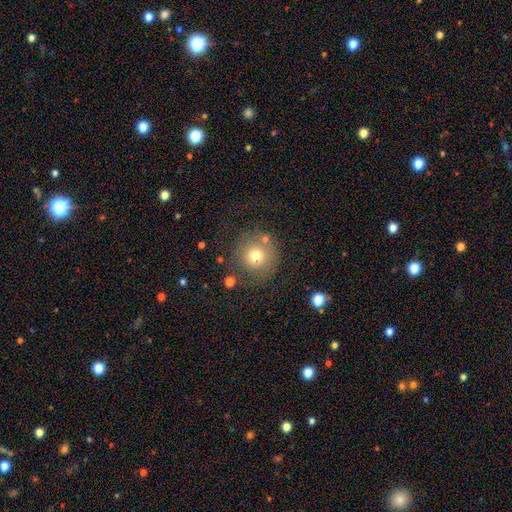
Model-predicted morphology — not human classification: A smooth galaxy with no disk features (69%) that is round (93%). Merging: none (67%).